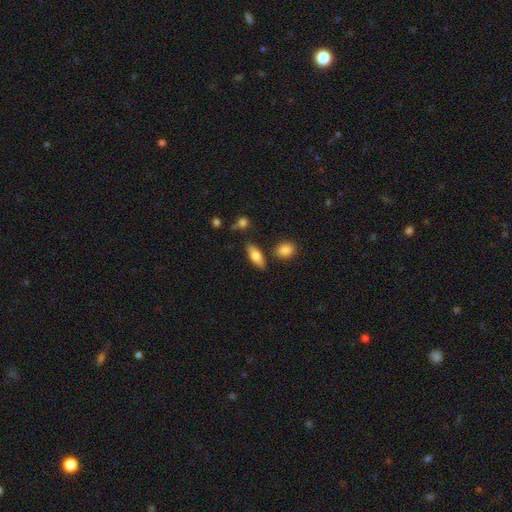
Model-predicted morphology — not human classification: Smooth or featured? smooth (76%)
How rounded? in between (71%)
Merging? none (80%)